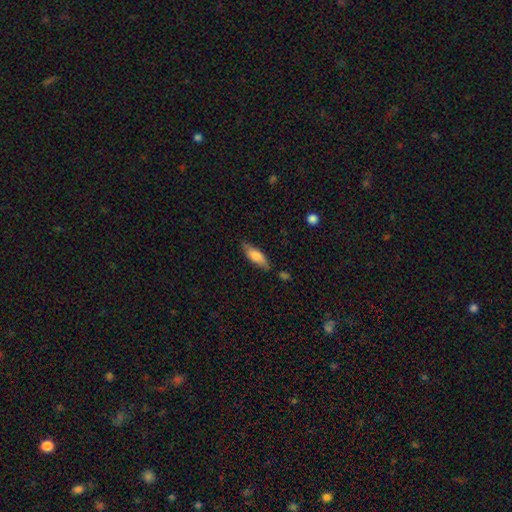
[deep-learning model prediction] Morphology: type=smooth (75%); roundness=in between (62%); merging=none (72%).